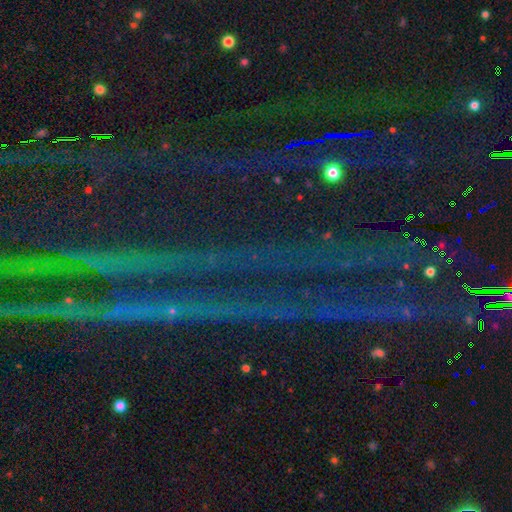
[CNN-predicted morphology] Q: Smooth or featured?
A: star or artifact (87%); runner-up: featured or disk (7%)